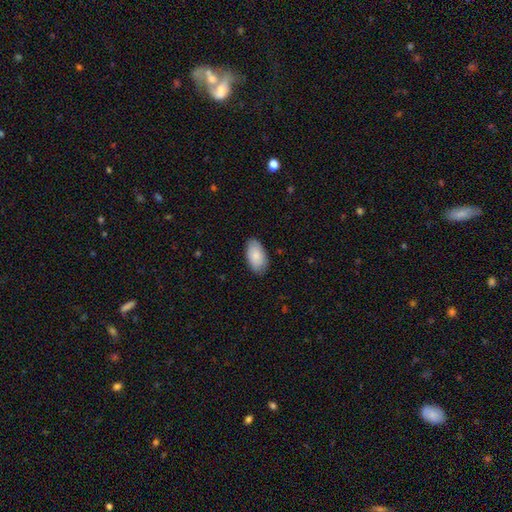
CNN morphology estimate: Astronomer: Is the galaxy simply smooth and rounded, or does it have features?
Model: smooth — 85%.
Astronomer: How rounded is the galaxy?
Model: in between — 95%.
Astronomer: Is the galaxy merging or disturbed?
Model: none — 83%.